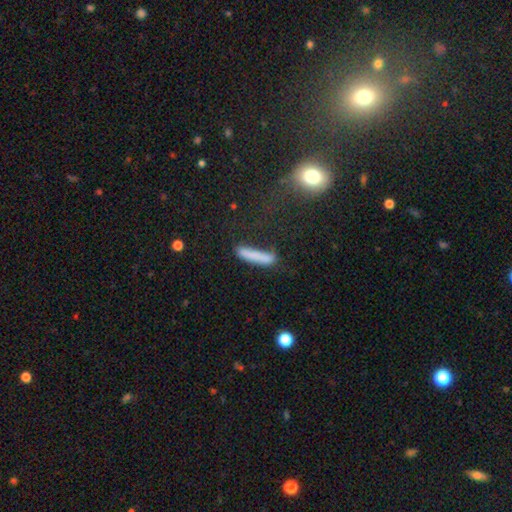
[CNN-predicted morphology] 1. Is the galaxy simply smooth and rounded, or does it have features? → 78% smooth, 14% featured or disk, 9% star or artifact.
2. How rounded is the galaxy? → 91% cigar-shaped, 7% in between, 2% round.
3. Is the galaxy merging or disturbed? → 67% none, 20% minor disturbance, 8% major disturbance, 6% merger.